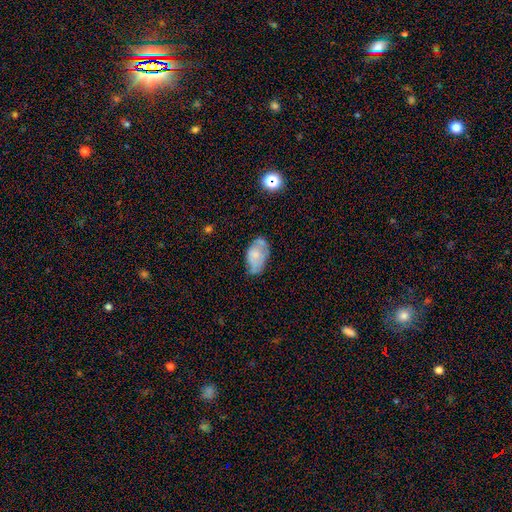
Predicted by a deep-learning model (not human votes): This appears to be a smooth galaxy with no disk features (56%) that is in between round and cigar-shaped (93%). Merging: none (44%).